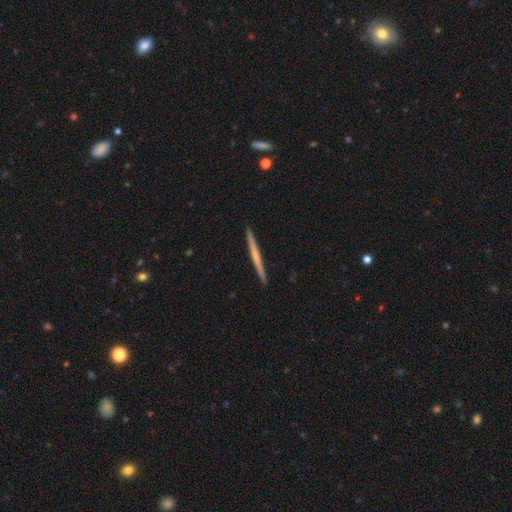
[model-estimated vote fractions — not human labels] This is possibly a featured or disk galaxy (54%). It is clearly viewed edge-on (98%). Edge-on bulge: likely none (74%). Merging: clearly none (93%).